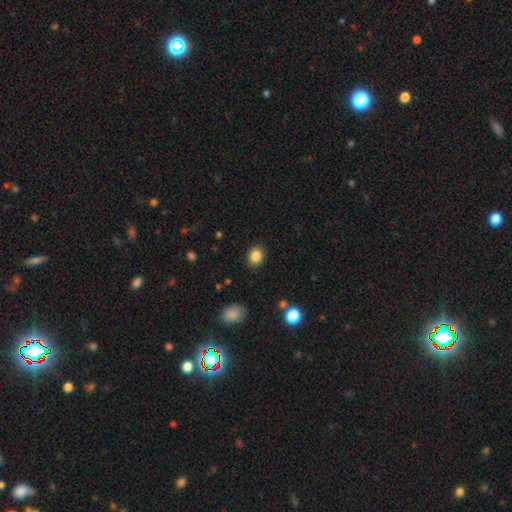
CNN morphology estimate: type=smooth (85%); roundness=round (62%); merging=none (88%).